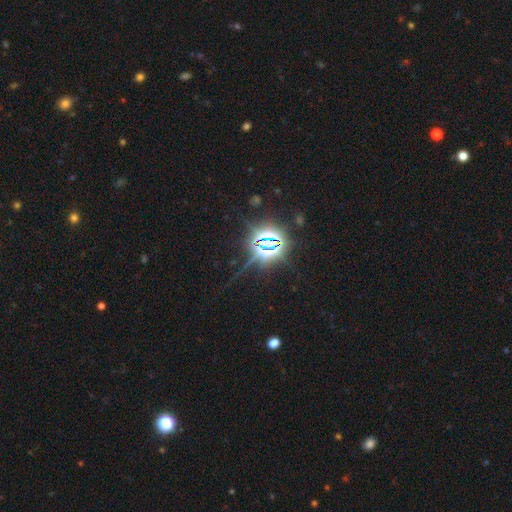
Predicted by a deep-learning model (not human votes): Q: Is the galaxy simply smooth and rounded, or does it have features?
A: star or artifact — 86%.